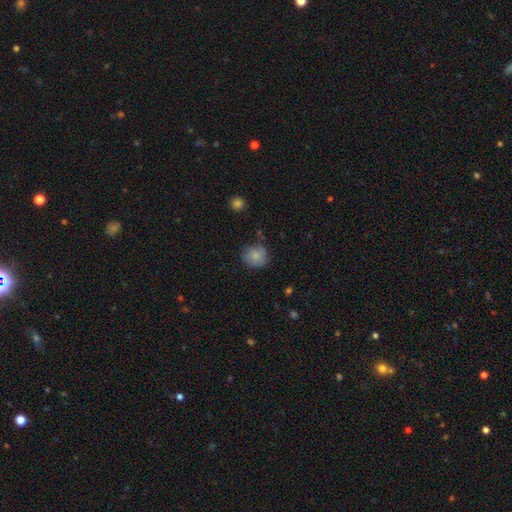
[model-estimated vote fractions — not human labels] smooth_or_featured: smooth (p=0.81) [alt: featured or disk p=0.11]
how_rounded: round (p=0.78) [alt: in between p=0.21]
merging: none (p=0.74) [alt: minor disturbance p=0.20]